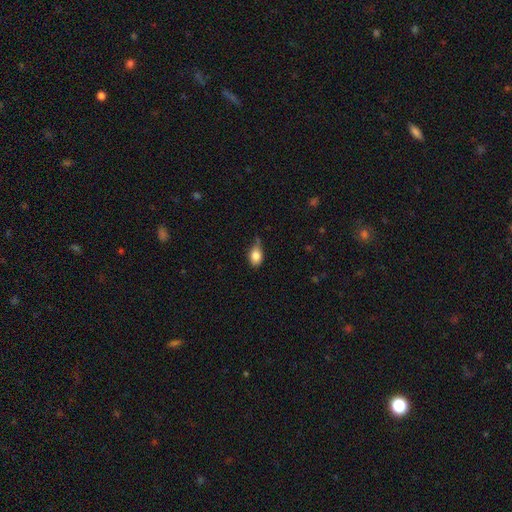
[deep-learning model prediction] smooth 84%, star or artifact 8%, featured or disk 8%. Down the decision tree: how rounded — in between (80%); merging — none (48%).